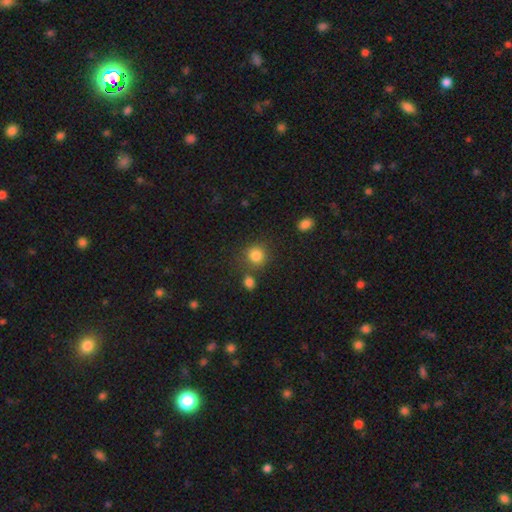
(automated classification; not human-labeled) Q: Smooth or featured?
A: smooth (83%); runner-up: star or artifact (12%)
Q: How rounded?
A: round (88%); runner-up: in between (11%)
Q: Merging?
A: none (74%); runner-up: merger (12%)